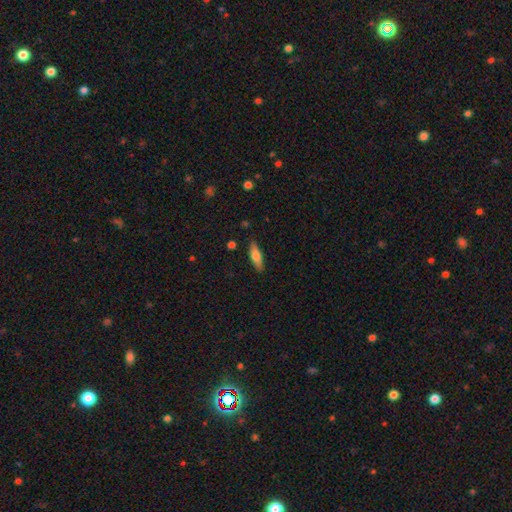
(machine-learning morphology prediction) Q: Smooth or featured?
A: smooth (69%); runner-up: featured or disk (25%)
Q: How rounded?
A: cigar-shaped (52%); runner-up: in between (45%)
Q: Merging?
A: none (85%); runner-up: minor disturbance (11%)